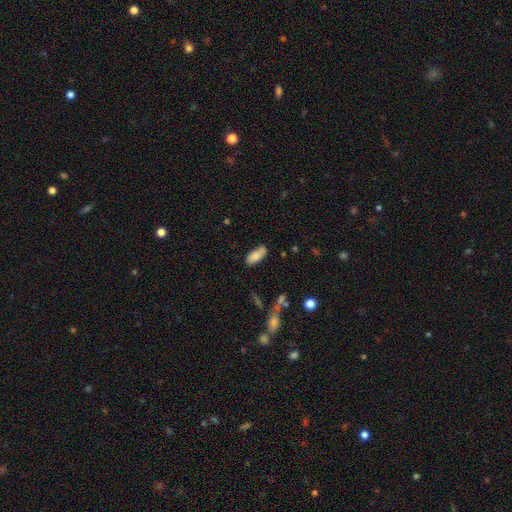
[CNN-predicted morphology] Overall: smooth (81%). How rounded: in between (85%). Merging: none (62%; minor disturbance 26%).